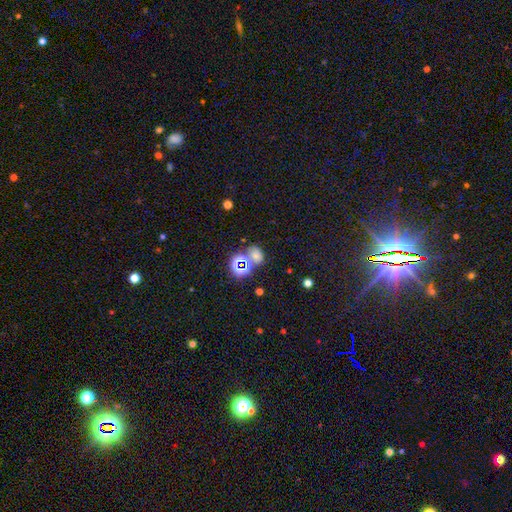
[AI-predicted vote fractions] This appears to be a smooth galaxy with no disk features (57%) that is in between round and cigar-shaped (62%). Merging: none (59%).